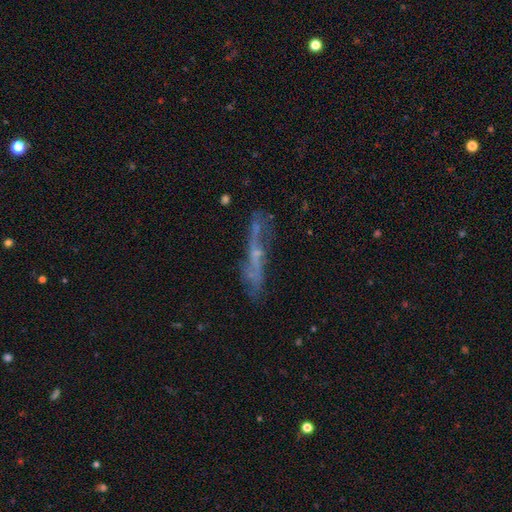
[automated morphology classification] This is possibly a featured or disk galaxy (60%). It is possibly viewed edge-on (53%). Merging: possibly none (58%).